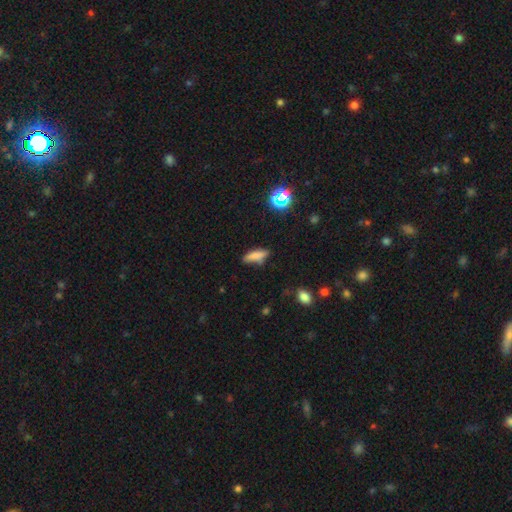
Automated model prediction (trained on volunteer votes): smooth_or_featured: smooth (p=0.73) [alt: featured or disk p=0.15]
how_rounded: cigar-shaped (p=0.49) [alt: in between p=0.48]
merging: none (p=0.65) [alt: minor disturbance p=0.25]